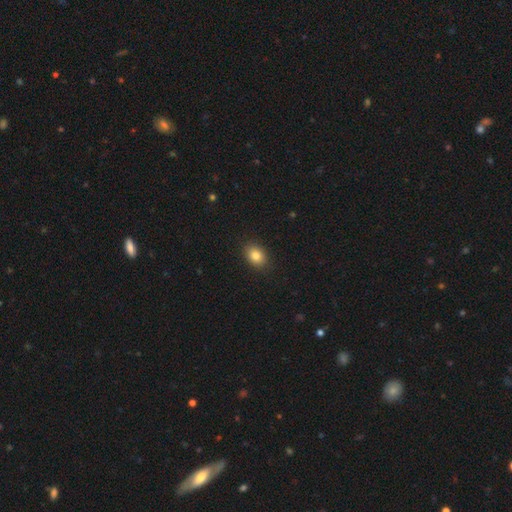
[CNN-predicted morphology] Smooth or featured: smooth — 85% (star or artifact — 9%)
How rounded: in between — 66% (round — 33%)
Merging: none — 89% (minor disturbance — 8%)